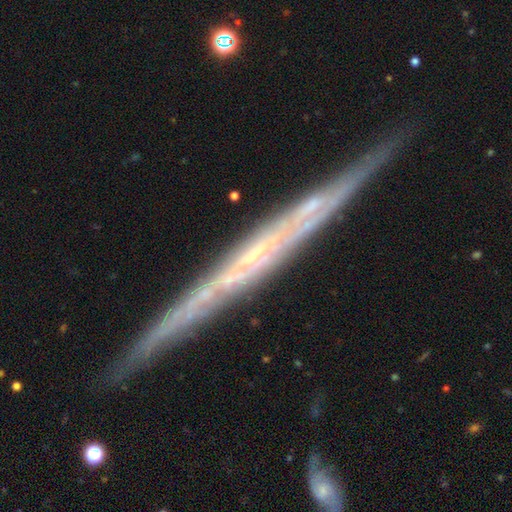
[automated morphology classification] Smooth or featured?
  - featured or disk: 80% *
  - smooth: 12%
  - star or artifact: 8%
Edge-on disk?
  - yes: 97% *
  - no: 3%
Edge-on bulge?
  - none: 73% *
  - rounded: 19%
  - boxy: 8%
Merging?
  - none: 88% *
  - minor disturbance: 9%
  - major disturbance: 2%
  - merger: 2%